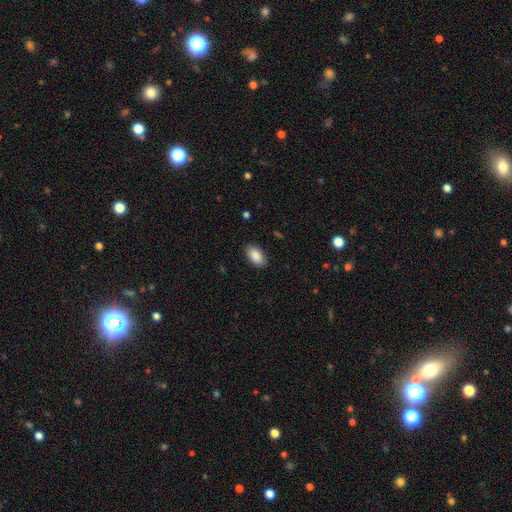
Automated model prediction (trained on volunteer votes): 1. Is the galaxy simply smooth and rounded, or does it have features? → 89% smooth, 7% star or artifact, 5% featured or disk.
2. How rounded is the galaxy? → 95% in between, 3% round, 2% cigar-shaped.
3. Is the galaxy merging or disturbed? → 88% none, 9% minor disturbance, 2% major disturbance, 1% merger.